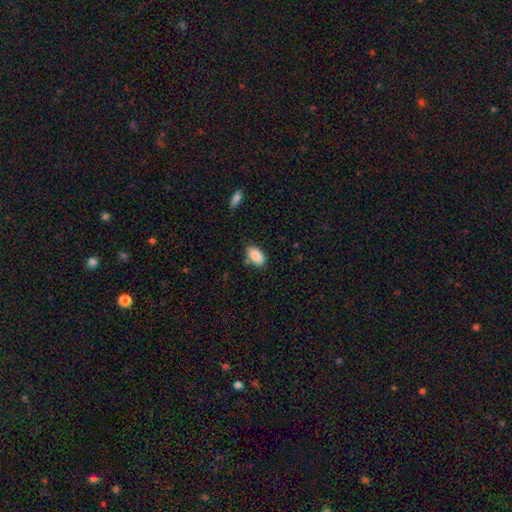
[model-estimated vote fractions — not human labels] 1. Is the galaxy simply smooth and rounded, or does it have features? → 88% smooth, 7% star or artifact, 5% featured or disk.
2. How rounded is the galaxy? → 92% in between, 6% round, 2% cigar-shaped.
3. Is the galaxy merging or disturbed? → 67% none, 23% minor disturbance, 5% merger, 5% major disturbance.